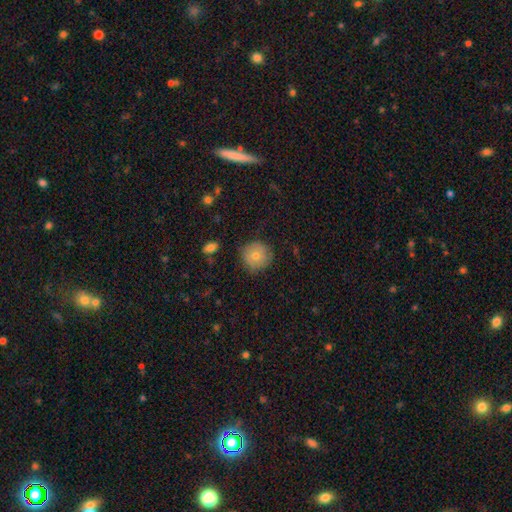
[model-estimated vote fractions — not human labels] The model was most divided on "smooth or featured": smooth: 73%, featured or disk: 19%, star or artifact: 8%. More confident: how rounded — round (92%); merging — none (79%).